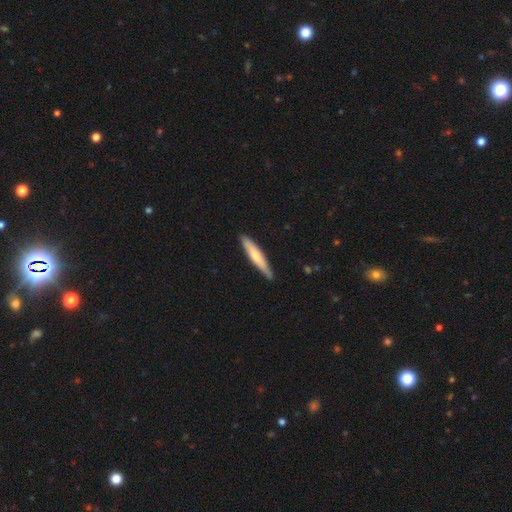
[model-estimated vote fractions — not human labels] Smooth or featured: smooth — 61% (featured or disk — 34%)
How rounded: cigar-shaped — 91% (in between — 7%)
Merging: none — 85% (minor disturbance — 12%)